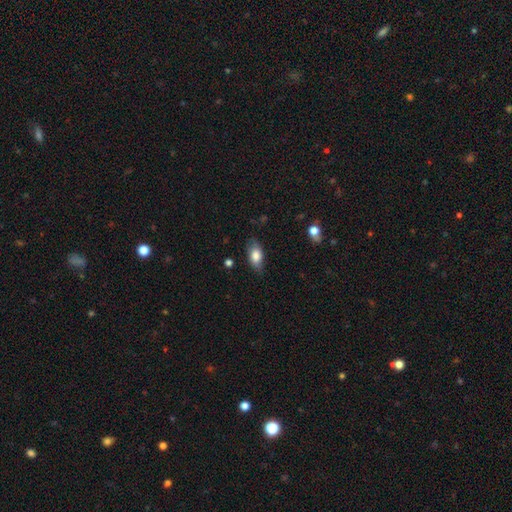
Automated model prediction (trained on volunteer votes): Q: Smooth or featured?
A: smooth (77%); runner-up: featured or disk (16%)
Q: How rounded?
A: in between (88%); runner-up: round (6%)
Q: Merging?
A: none (75%); runner-up: minor disturbance (19%)